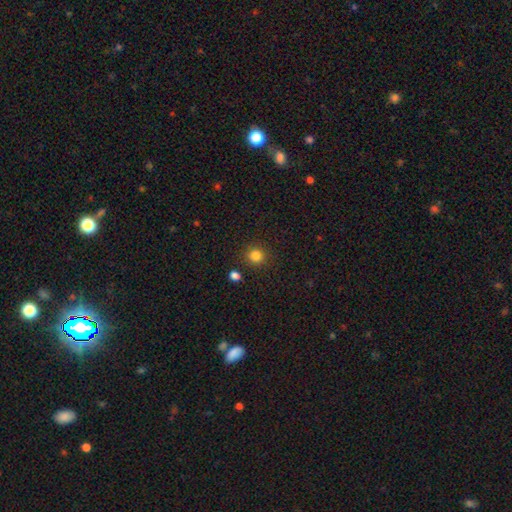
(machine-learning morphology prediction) The model was most divided on "smooth or featured": smooth: 83%, star or artifact: 13%, featured or disk: 4%. More confident: how rounded — round (90%); merging — none (88%).